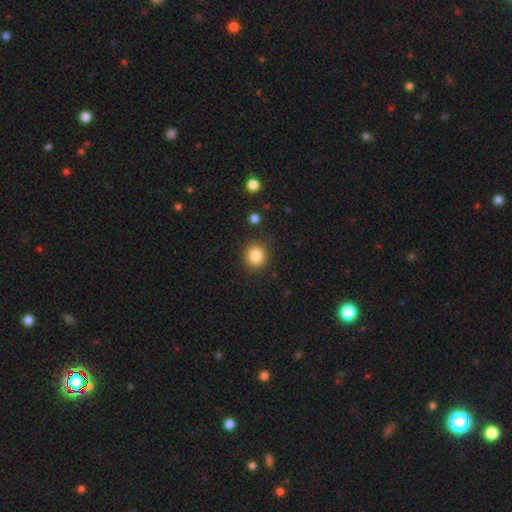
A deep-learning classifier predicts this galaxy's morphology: Overall: smooth (85%). How rounded: round (85%). Merging: none (88%).